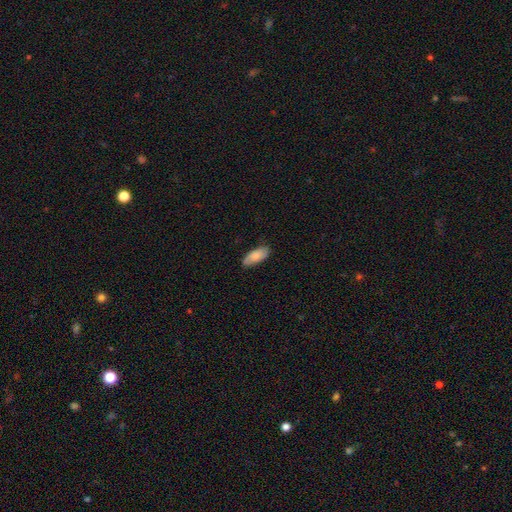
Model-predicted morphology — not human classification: The model was most divided on "merging": none: 78%, minor disturbance: 18%, major disturbance: 3%, merger: 1%. More confident: how rounded — in between (86%); smooth or featured — smooth (78%).